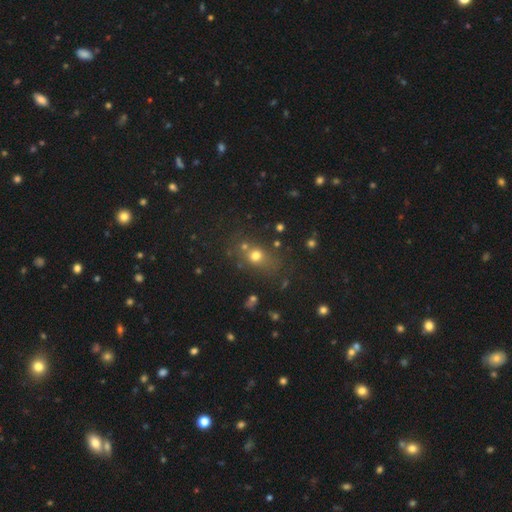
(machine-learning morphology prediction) Overall: smooth (67%). How rounded: round (57%; in between 40%). Merging: none (62%).